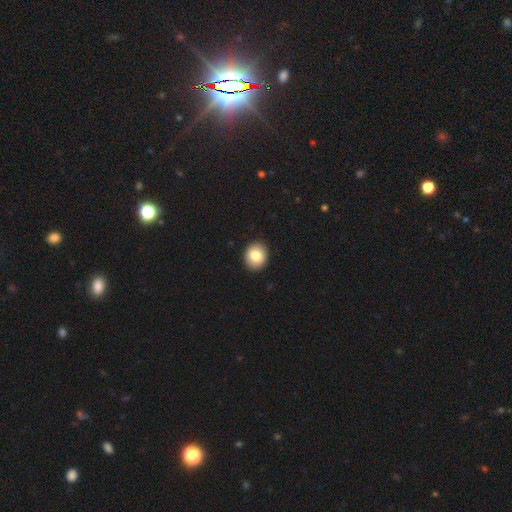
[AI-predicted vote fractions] A smooth galaxy with no disk features (83%) that is round (70%). Merging: none (92%).